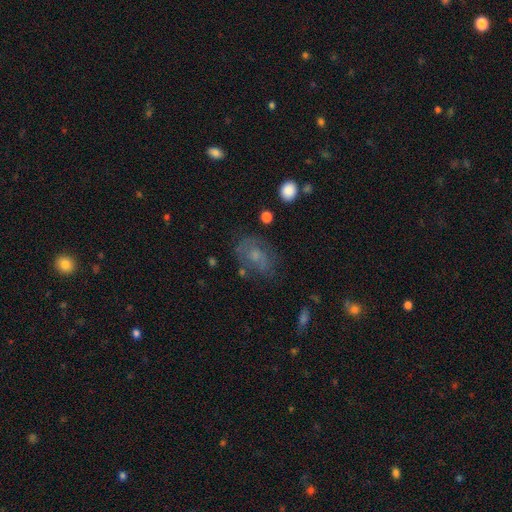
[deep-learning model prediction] Smooth or featured: featured or disk — 45% (smooth — 40%)
Merging: none — 61% (minor disturbance — 22%)